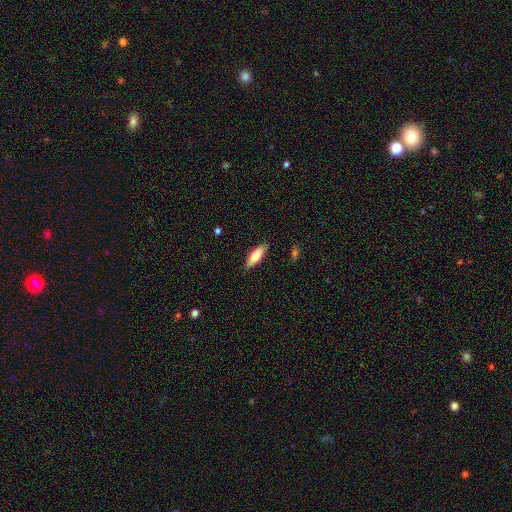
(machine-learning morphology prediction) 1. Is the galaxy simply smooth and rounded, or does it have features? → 77% smooth, 17% featured or disk, 6% star or artifact.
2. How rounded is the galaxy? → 55% in between, 43% cigar-shaped, 2% round.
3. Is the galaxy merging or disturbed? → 87% none, 10% minor disturbance, 2% major disturbance, 1% merger.